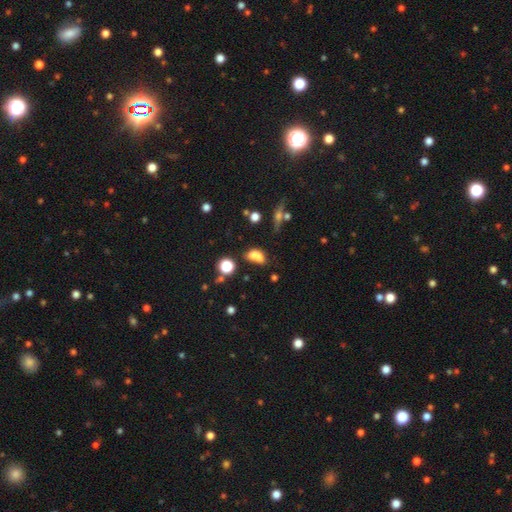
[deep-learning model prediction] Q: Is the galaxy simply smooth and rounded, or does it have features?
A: smooth — 68%.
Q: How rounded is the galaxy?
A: in between — 71%.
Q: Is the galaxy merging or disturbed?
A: merger — 37%.